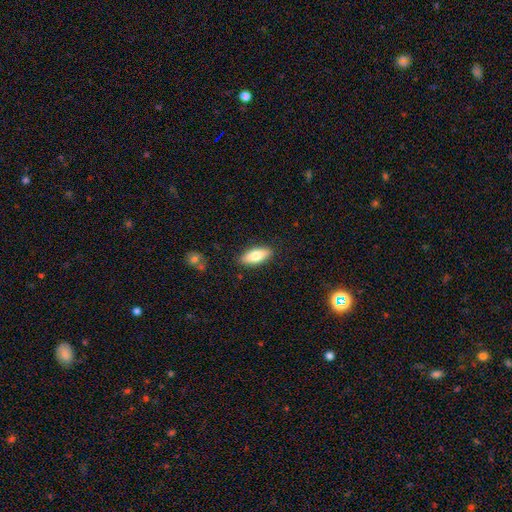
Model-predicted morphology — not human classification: smooth-or-featured: smooth: 77% | featured or disk: 16% | star or artifact: 6%
  how-rounded: in between: 78% | cigar-shaped: 19% | round: 2%
  merging: none: 87% | minor disturbance: 10% | major disturbance: 2% | merger: 1%